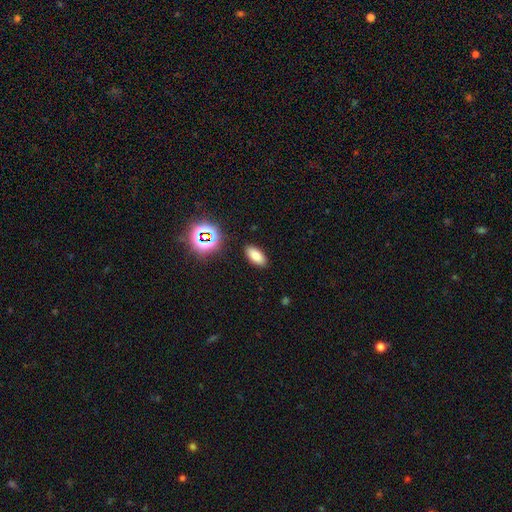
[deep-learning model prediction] Smooth or featured? Predicted: smooth (p=0.77). How rounded? Predicted: in between (p=0.87). Merging? Predicted: none (p=0.88).